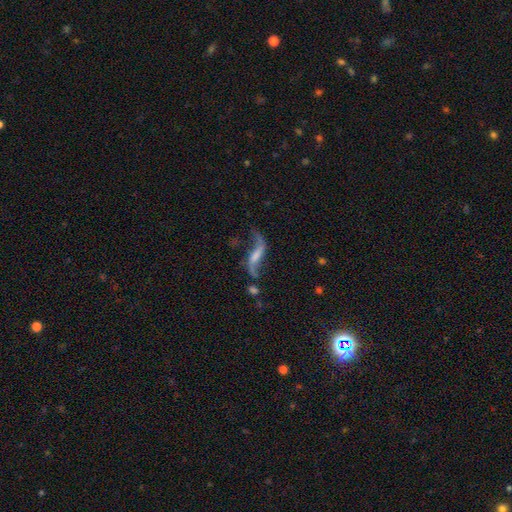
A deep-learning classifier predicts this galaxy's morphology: Smooth or featured?
  - featured or disk: 83% *
  - smooth: 9%
  - star or artifact: 8%
Edge-on disk?
  - no: 88% *
  - yes: 12%
Bar?
  - weak: 41% *
  - no: 32%
  - strong: 27%
Spiral arms?
  - yes: 93% *
  - no: 7%
Spiral winding?
  - loose: 92% *
  - medium: 6%
  - tight: 2%
Spiral arm count?
  - 2: 92% *
  - 1: 3%
  - can't tell: 2%
  - 3: 1%
  - 4: 1%
  - more than 4: 1%
Bulge size?
  - small: 34% *
  - none: 33%
  - moderate: 26%
  - large: 6%
  - dominant: 2%
Merging?
  - none: 59% *
  - minor disturbance: 18%
  - major disturbance: 15%
  - merger: 8%